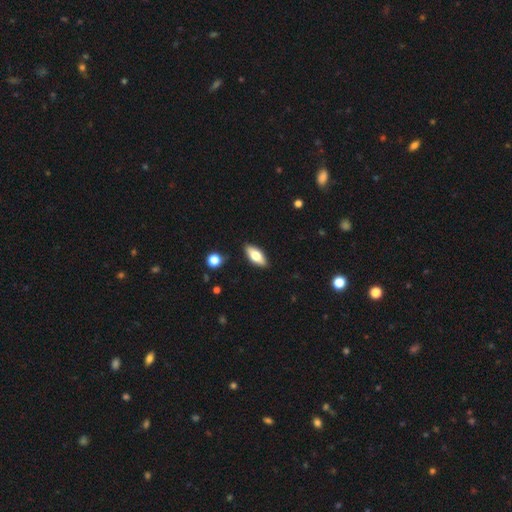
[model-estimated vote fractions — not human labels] Smooth or featured? smooth (67%)
How rounded? in between (80%)
Merging? none (88%)